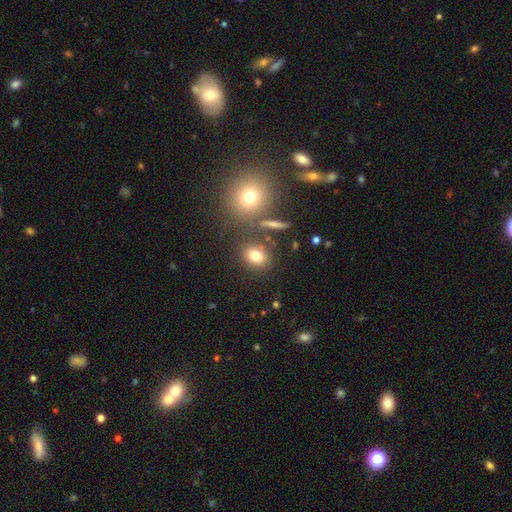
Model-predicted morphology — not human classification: smooth 76%, star or artifact 14%, featured or disk 10%. Down the decision tree: how rounded — round (50%); merging — none (76%).